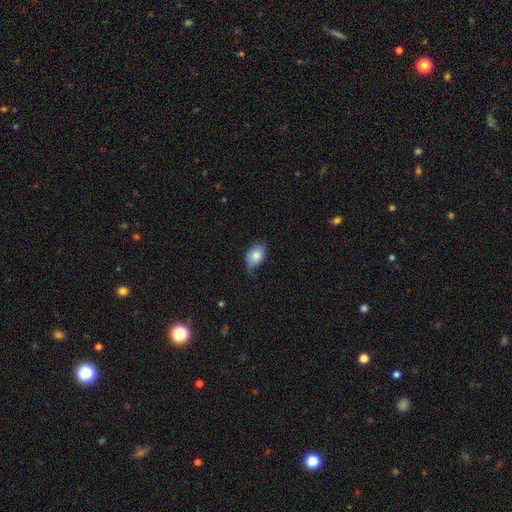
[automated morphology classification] This appears to be a smooth galaxy with no disk features (78%) that is in between round and cigar-shaped (86%). Merging: none (46%).